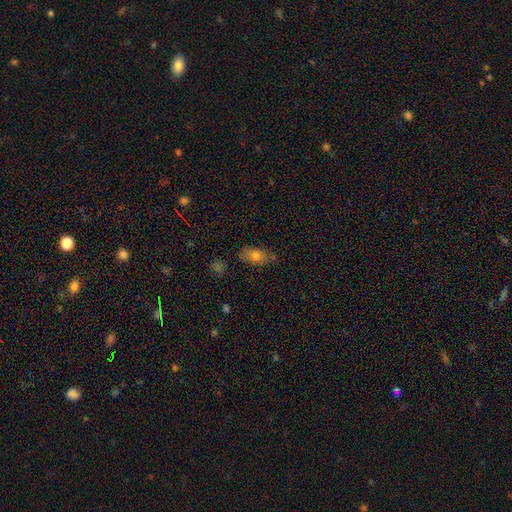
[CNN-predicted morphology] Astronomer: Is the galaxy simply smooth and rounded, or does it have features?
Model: smooth — 73%.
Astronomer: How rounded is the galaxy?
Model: in between — 83%.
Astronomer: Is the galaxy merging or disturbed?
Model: none — 71%.